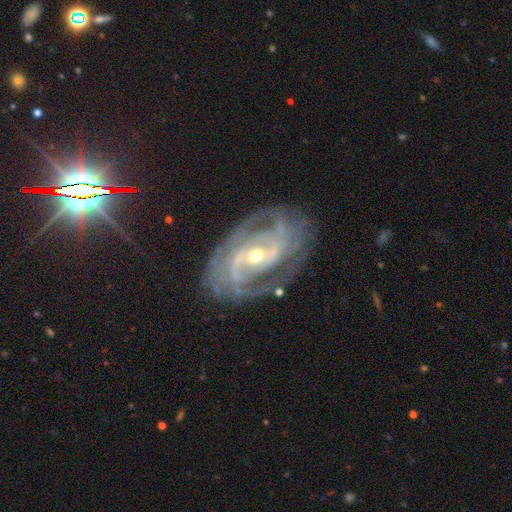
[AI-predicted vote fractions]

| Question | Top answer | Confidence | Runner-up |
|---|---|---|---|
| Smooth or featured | featured or disk | 88% | star or artifact (8%) |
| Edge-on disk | no | 96% | yes (4%) |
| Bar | weak | 37% | no (34%) |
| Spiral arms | yes | 97% | no (3%) |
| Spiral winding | tight | 56% | medium (36%) |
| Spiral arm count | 2 | 42% | can't tell (20%) |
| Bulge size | small | 56% | moderate (41%) |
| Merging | none | 72% | minor disturbance (18%) |